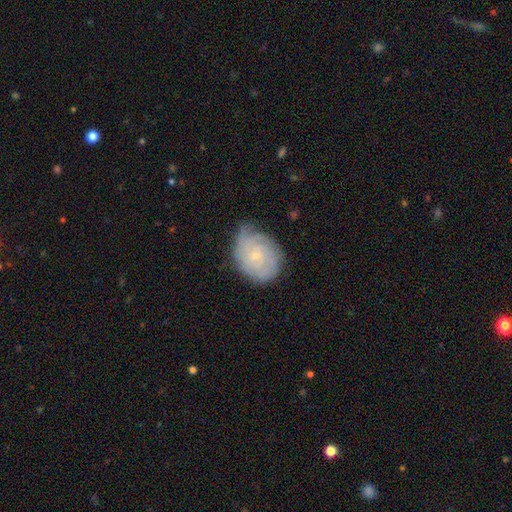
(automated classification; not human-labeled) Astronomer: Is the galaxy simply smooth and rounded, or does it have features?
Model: featured or disk — 66%.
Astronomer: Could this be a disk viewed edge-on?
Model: no — 97%.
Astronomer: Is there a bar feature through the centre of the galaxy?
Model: no — 76%.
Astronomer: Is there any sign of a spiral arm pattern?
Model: yes — 90%.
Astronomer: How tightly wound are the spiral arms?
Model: tight — 70%.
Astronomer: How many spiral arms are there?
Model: can't tell — 49%.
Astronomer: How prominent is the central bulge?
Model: small — 77%.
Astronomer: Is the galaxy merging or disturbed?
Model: none — 63%.